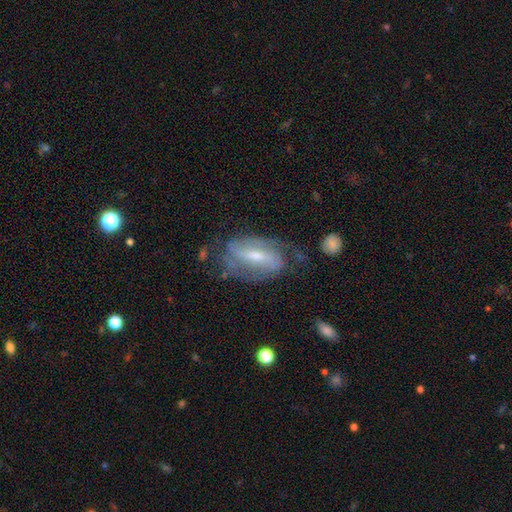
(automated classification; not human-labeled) Q: Smooth or featured?
A: featured or disk (79%); runner-up: smooth (14%)
Q: Edge-on disk?
A: no (92%); runner-up: yes (8%)
Q: Bar?
A: strong (47%); runner-up: weak (38%)
Q: Spiral arms?
A: yes (89%); runner-up: no (11%)
Q: Spiral winding?
A: medium (42%); runner-up: tight (38%)
Q: Spiral arm count?
A: 2 (69%); runner-up: can't tell (18%)
Q: Bulge size?
A: moderate (48%); runner-up: small (44%)
Q: Merging?
A: none (61%); runner-up: minor disturbance (21%)